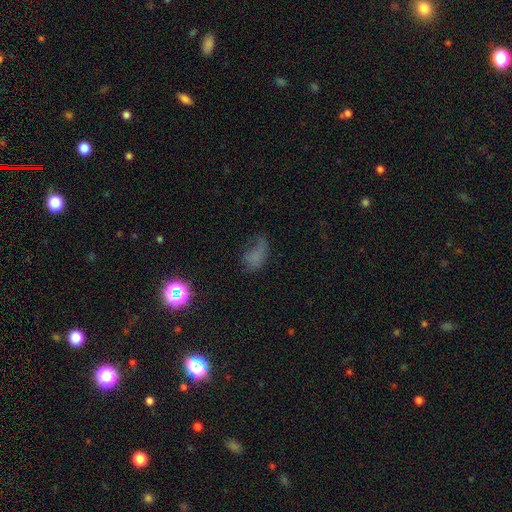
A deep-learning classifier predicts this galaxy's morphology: Q: Smooth or featured?
A: smooth (56%); runner-up: star or artifact (24%)
Q: How rounded?
A: in between (81%); runner-up: round (16%)
Q: Merging?
A: major disturbance (34%); tied with: none (34%)